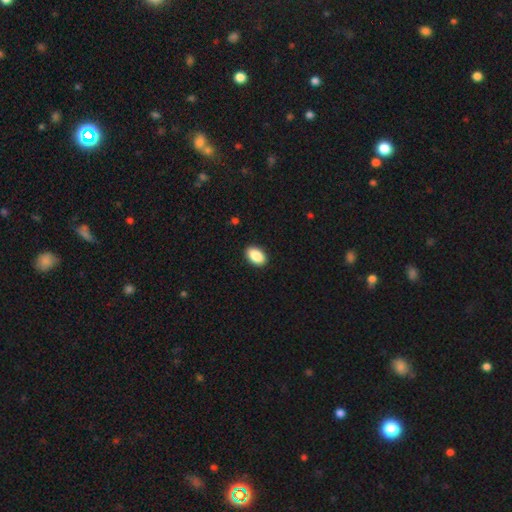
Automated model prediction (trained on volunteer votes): Smooth or featured: smooth — 89% (star or artifact — 7%)
How rounded: in between — 92% (round — 7%)
Merging: none — 91% (minor disturbance — 7%)